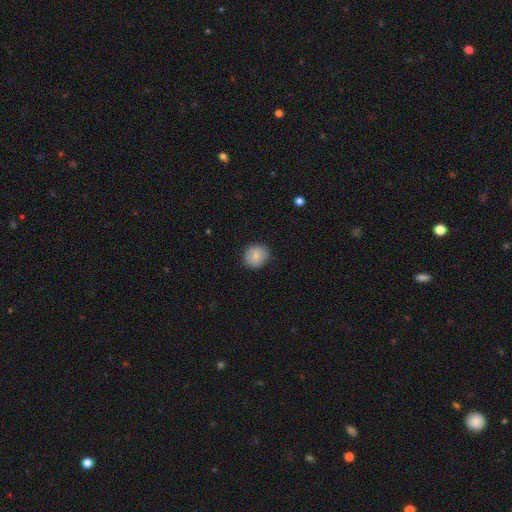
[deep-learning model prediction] Smooth or featured: smooth — 77% (featured or disk — 15%)
How rounded: round — 86% (in between — 13%)
Merging: none — 86% (minor disturbance — 10%)